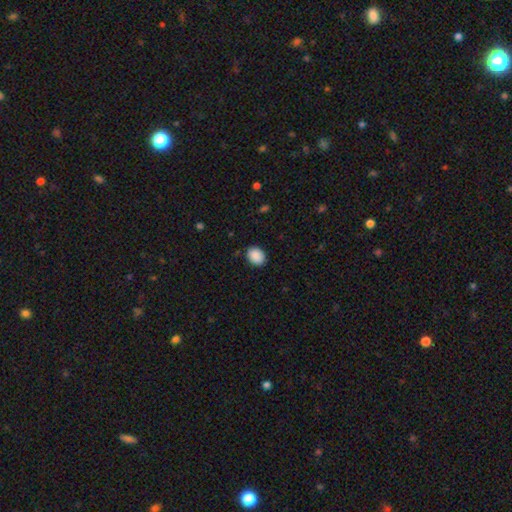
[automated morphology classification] A smooth galaxy with no disk features (89%) that is in between round and cigar-shaped (57%).

Vote fractions:
- Smooth or featured? smooth: 89% / star or artifact: 7% / featured or disk: 4%
- How rounded? in between: 57% / round: 42% / cigar-shaped: 1%
- Merging? none: 88% / minor disturbance: 9% / major disturbance: 2% / merger: 1%